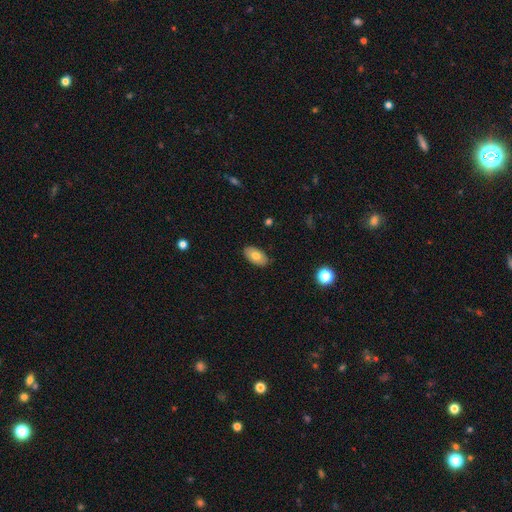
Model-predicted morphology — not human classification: The model was most divided on "smooth or featured": smooth: 74%, featured or disk: 19%, star or artifact: 7%. More confident: how rounded — in between (94%); merging — none (86%).